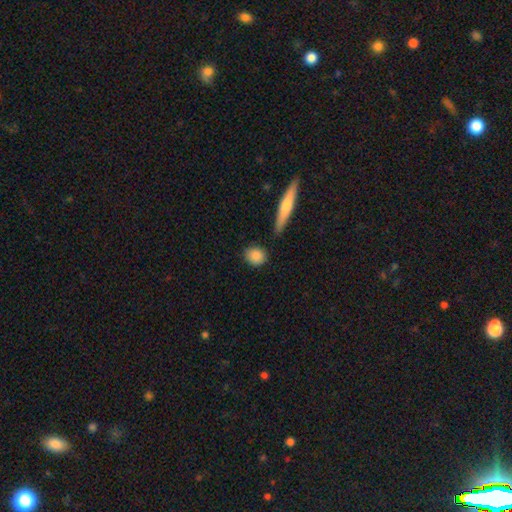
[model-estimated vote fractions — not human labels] This is clearly a smooth galaxy (87%). How rounded: likely round (66%). Merging: clearly none (81%).